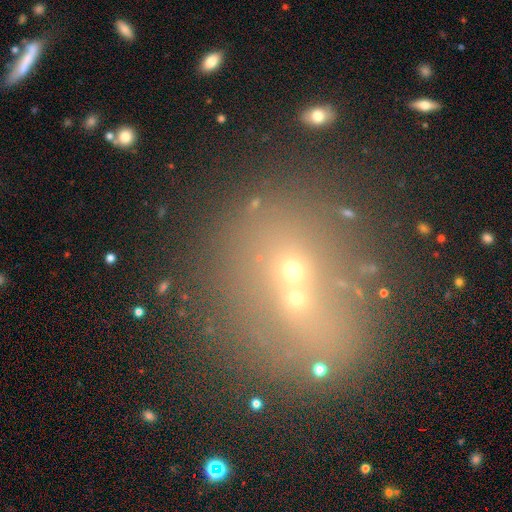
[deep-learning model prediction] The model was most divided on "smooth or featured" (2-way tie): star or artifact: 39%, smooth: 39%, featured or disk: 22%.